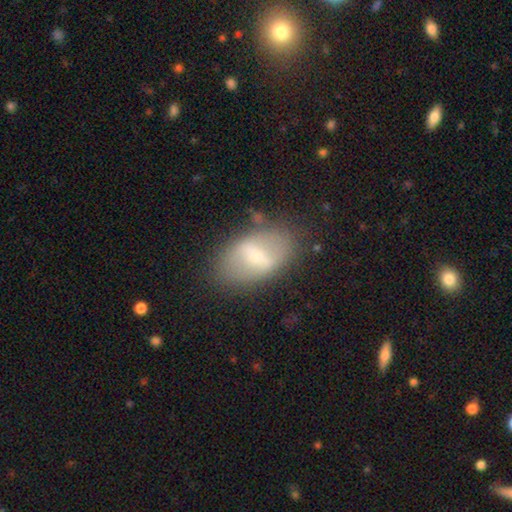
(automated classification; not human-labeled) Overall: featured or disk (47%; smooth 45%). Merging: none (75%).